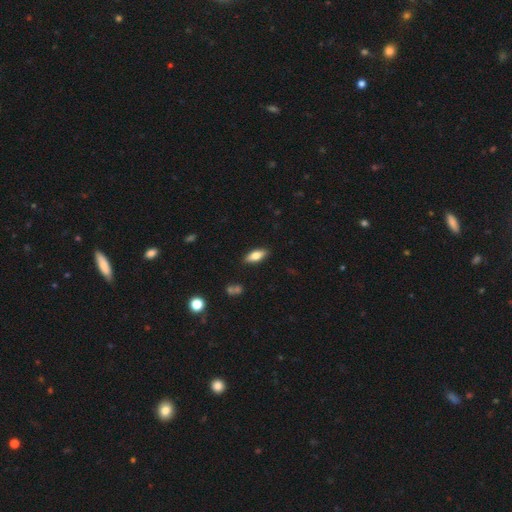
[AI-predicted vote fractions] smooth_or_featured: smooth (p=0.72) [alt: featured or disk p=0.21]
how_rounded: in between (p=0.76) [alt: cigar-shaped p=0.21]
merging: none (p=0.87) [alt: minor disturbance p=0.09]